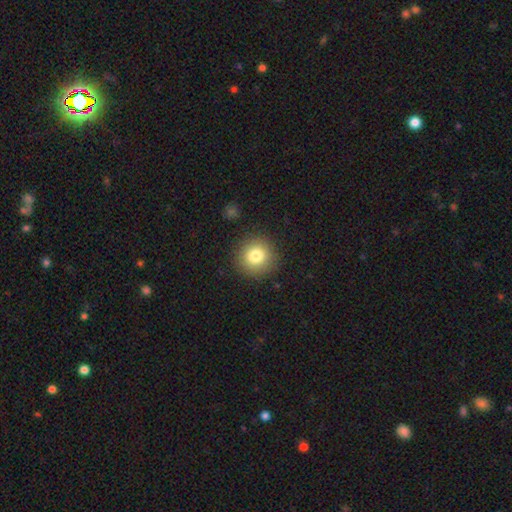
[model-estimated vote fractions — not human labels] A smooth galaxy with no disk features (80%) that is round (94%).

Vote fractions:
- Smooth or featured? smooth: 80% / star or artifact: 11% / featured or disk: 9%
- How rounded? round: 94% / in between: 5% / cigar-shaped: 1%
- Merging? none: 89% / minor disturbance: 7% / major disturbance: 3% / merger: 1%